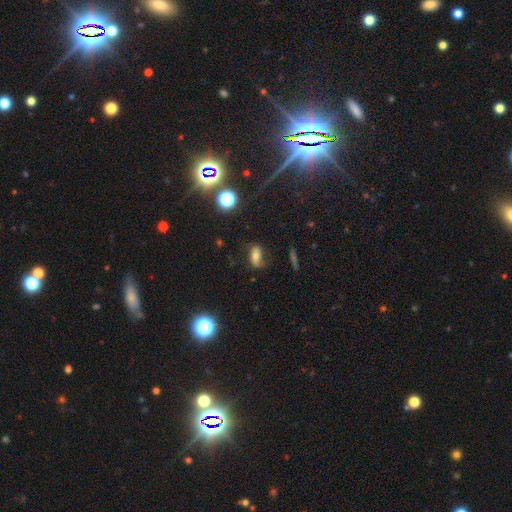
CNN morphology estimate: This appears to be a smooth galaxy with no disk features (55%) that is in between round and cigar-shaped (79%). Merging: none (64%).